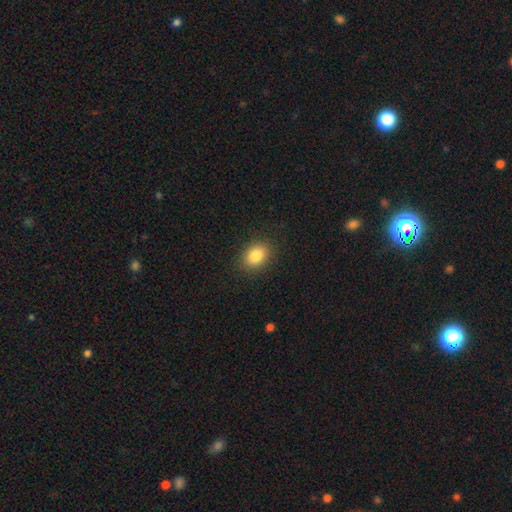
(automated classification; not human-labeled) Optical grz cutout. It shows a smooth galaxy with no disk features (84%) that is in between round and cigar-shaped (65%). Merging: none (88%).